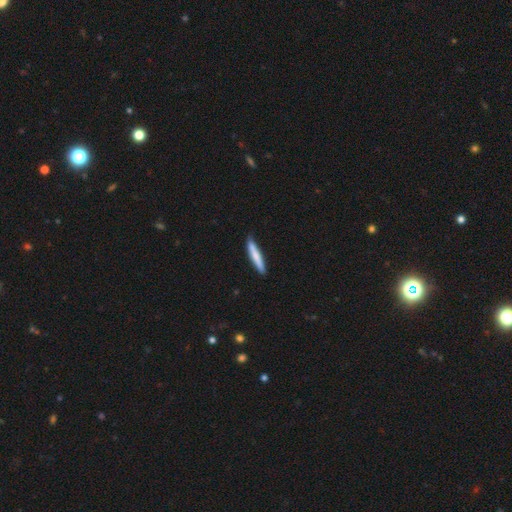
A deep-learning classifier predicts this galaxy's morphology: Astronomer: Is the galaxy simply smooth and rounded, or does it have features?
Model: smooth — 73%.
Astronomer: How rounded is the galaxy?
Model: cigar-shaped — 94%.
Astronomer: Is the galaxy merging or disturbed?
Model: none — 84%.